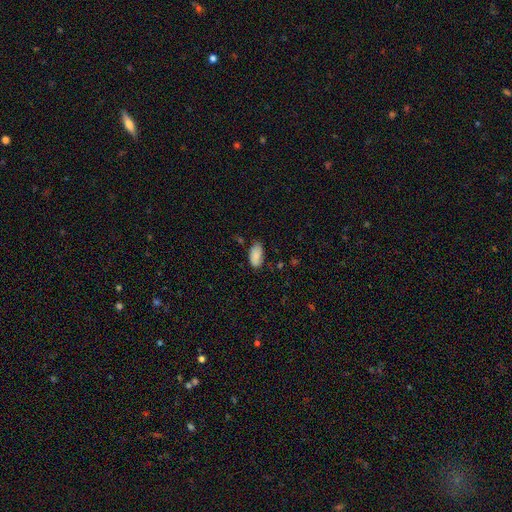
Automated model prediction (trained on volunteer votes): The model was most divided on "merging": none: 72%, minor disturbance: 22%, major disturbance: 4%, merger: 2%. More confident: how rounded — in between (94%); smooth or featured — smooth (87%).